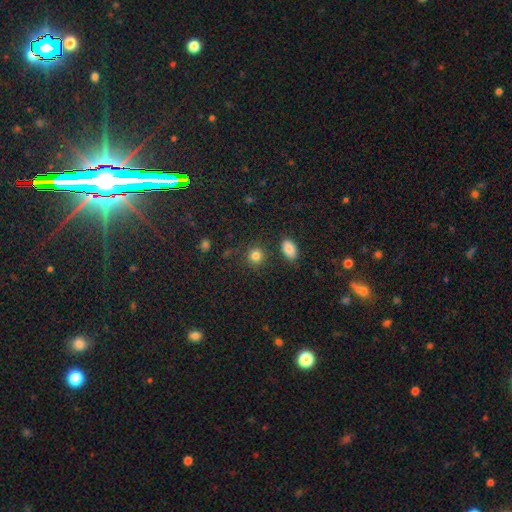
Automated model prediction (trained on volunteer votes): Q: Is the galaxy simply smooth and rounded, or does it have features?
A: smooth — 83%.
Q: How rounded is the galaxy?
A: round — 86%.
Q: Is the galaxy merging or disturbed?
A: none — 85%.